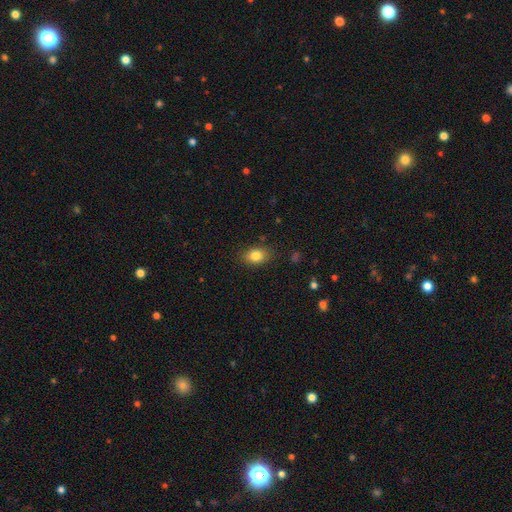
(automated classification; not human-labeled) smooth-or-featured: smooth: 82% | star or artifact: 9% | featured or disk: 8%
  how-rounded: in between: 76% | round: 23% | cigar-shaped: 2%
  merging: none: 84% | minor disturbance: 12% | major disturbance: 3% | merger: 1%